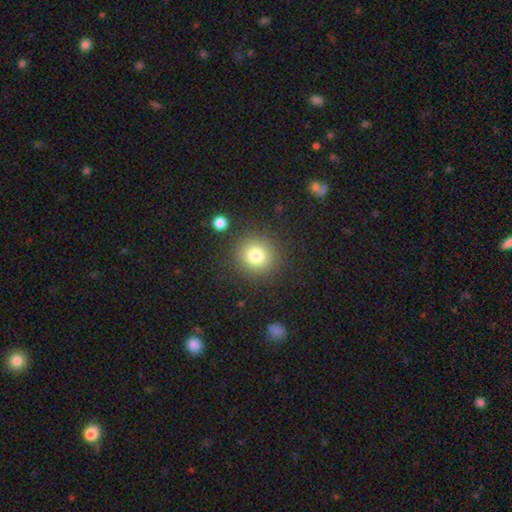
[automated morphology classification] The model was most divided on "smooth or featured": smooth: 79%, star or artifact: 13%, featured or disk: 8%. More confident: how rounded — round (93%); merging — none (87%).